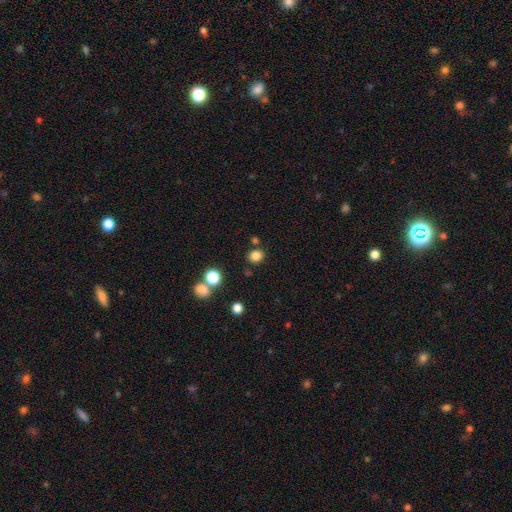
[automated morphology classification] This is clearly a smooth galaxy (81%). How rounded: likely round (79%). Merging: likely none (80%).